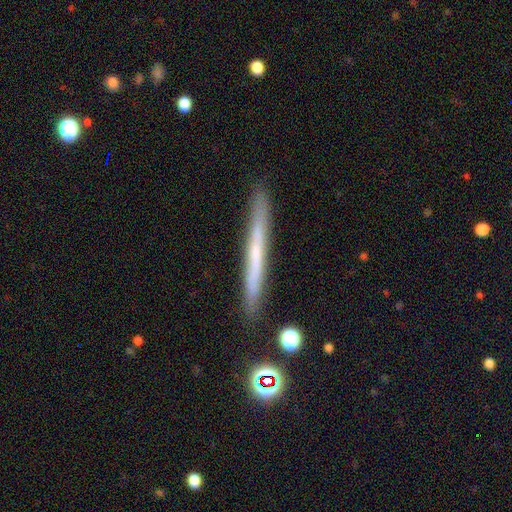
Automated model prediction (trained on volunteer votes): A featured or disk galaxy (49%). Merging: none (89%).